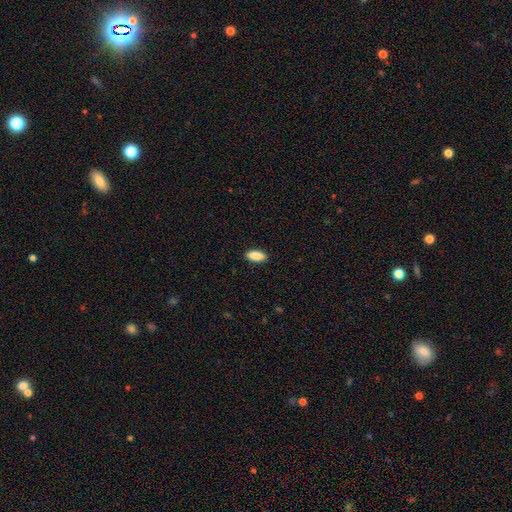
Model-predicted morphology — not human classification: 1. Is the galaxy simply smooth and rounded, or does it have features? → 90% smooth, 6% star or artifact, 4% featured or disk.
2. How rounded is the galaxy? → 81% in between, 17% cigar-shaped, 2% round.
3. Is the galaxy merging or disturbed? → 90% none, 7% minor disturbance, 2% major disturbance, 1% merger.